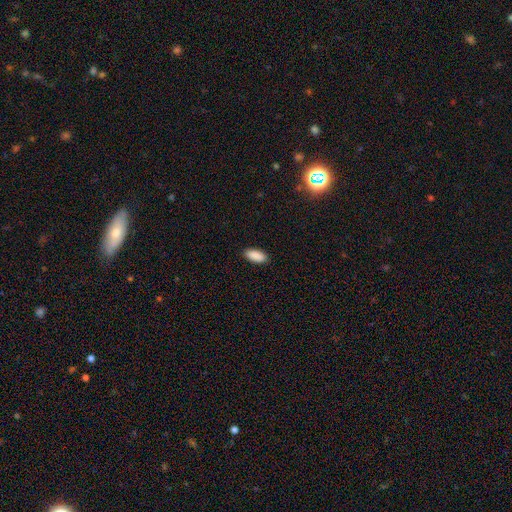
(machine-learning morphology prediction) Smooth or featured: smooth — 91% (star or artifact — 6%)
How rounded: in between — 88% (cigar-shaped — 10%)
Merging: none — 90% (minor disturbance — 7%)